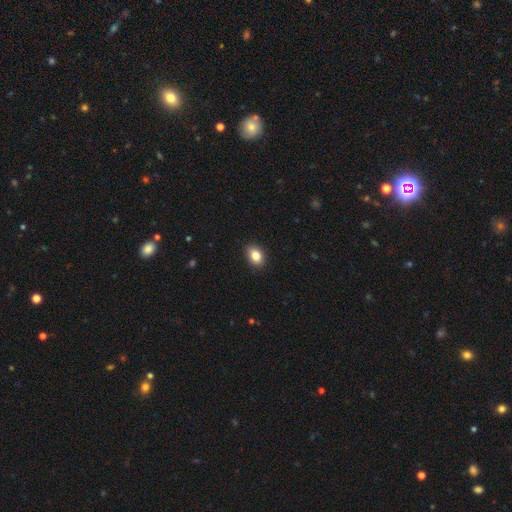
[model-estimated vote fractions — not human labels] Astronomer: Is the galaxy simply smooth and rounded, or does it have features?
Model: smooth — 85%.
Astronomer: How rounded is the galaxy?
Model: in between — 75%.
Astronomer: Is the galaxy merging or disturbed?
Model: none — 88%.